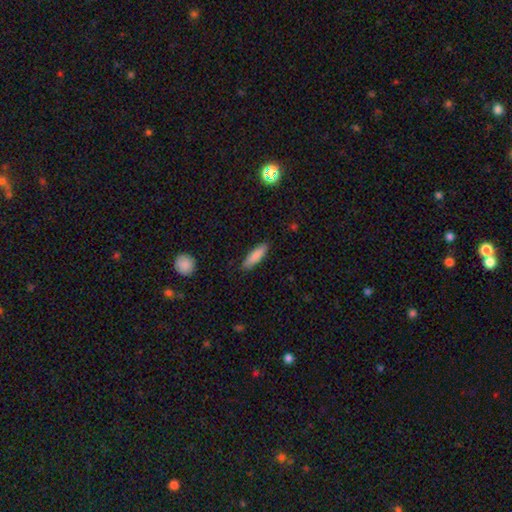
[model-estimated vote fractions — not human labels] A smooth galaxy with no disk features (85%) that is cigar-shaped (60%). Merging: none (86%).